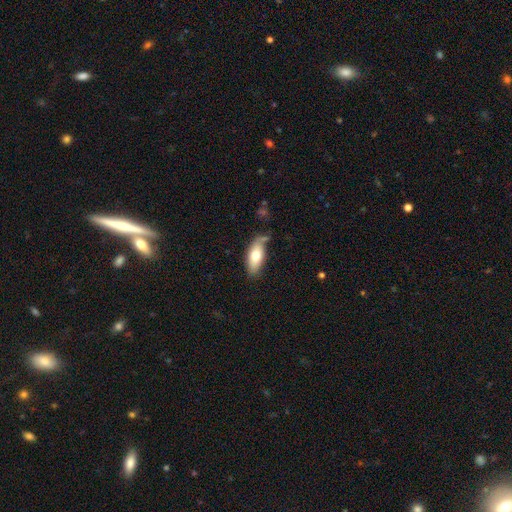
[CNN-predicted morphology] smooth 70%, featured or disk 23%, star or artifact 7%. Down the decision tree: how rounded — in between (85%); merging — none (65%).